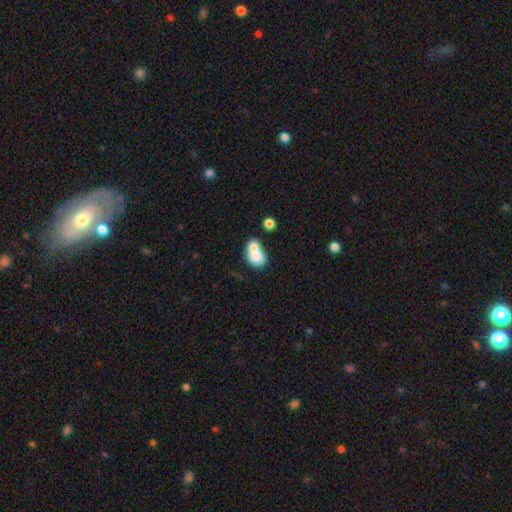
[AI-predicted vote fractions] A smooth galaxy with no disk features (76%) that is in between round and cigar-shaped (60%).

Vote fractions:
- Smooth or featured? smooth: 76% / featured or disk: 16% / star or artifact: 8%
- How rounded? in between: 60% / round: 38% / cigar-shaped: 2%
- Merging? merger: 66% / none: 21% / minor disturbance: 8% / major disturbance: 5%